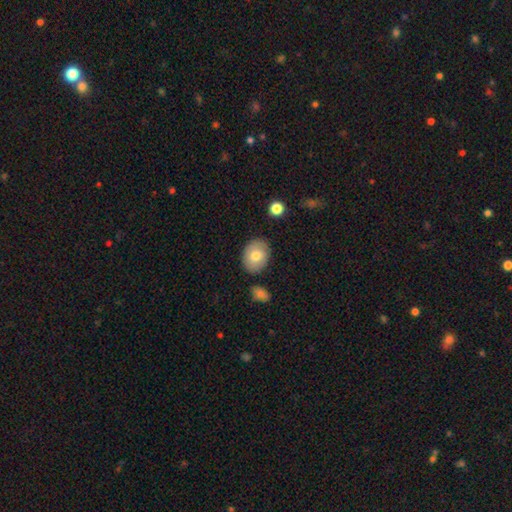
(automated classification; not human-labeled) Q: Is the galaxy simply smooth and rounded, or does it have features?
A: smooth — 75%.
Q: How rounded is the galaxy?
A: in between — 59%.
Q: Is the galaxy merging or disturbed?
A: none — 79%.